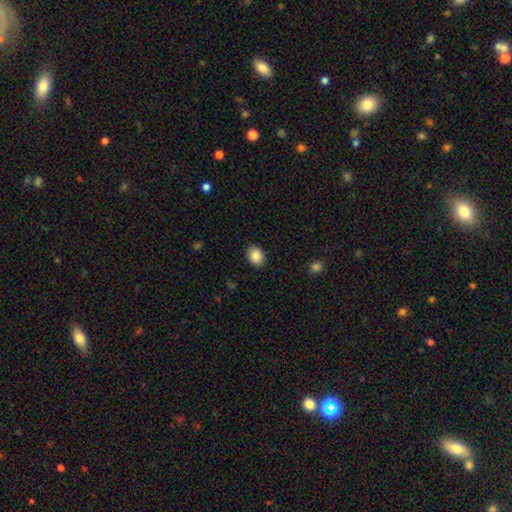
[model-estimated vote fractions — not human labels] A smooth galaxy with no disk features (88%) that is in between round and cigar-shaped (59%).

Vote fractions:
- Smooth or featured? smooth: 88% / star or artifact: 8% / featured or disk: 4%
- How rounded? in between: 59% / round: 40% / cigar-shaped: 1%
- Merging? none: 89% / minor disturbance: 8% / major disturbance: 2% / merger: 1%